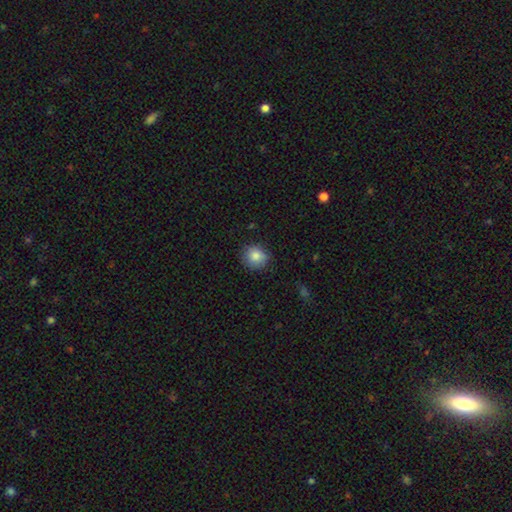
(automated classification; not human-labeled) Q: Smooth or featured?
A: smooth (85%); runner-up: star or artifact (9%)
Q: How rounded?
A: round (85%); runner-up: in between (14%)
Q: Merging?
A: none (84%); runner-up: minor disturbance (12%)